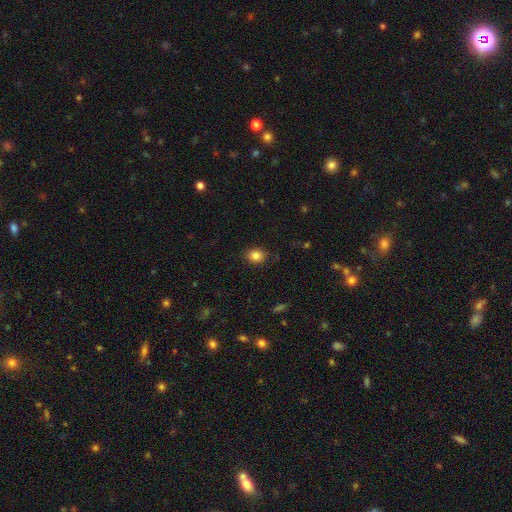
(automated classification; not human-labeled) A smooth galaxy with no disk features (84%) that is in between round and cigar-shaped (51%). Merging: none (86%).